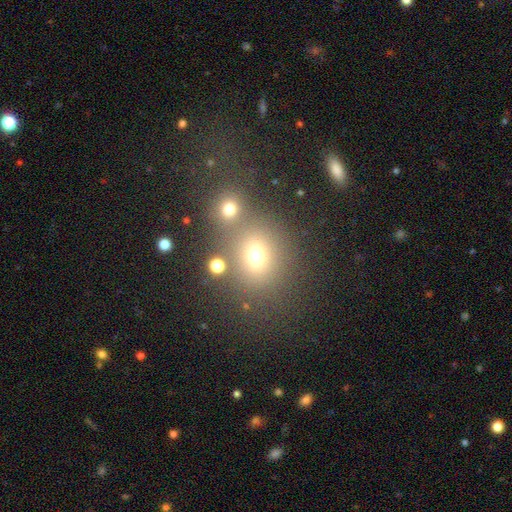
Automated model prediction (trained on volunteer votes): Smooth or featured? smooth (69%)
How rounded? round (72%)
Merging? none (58%)